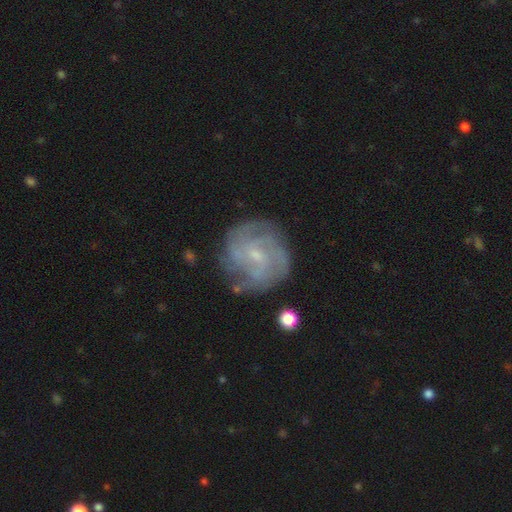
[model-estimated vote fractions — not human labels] Smooth or featured: featured or disk — 76% (smooth — 15%)
Edge-on disk: no — 97% (yes — 3%)
Bar: no — 50% (weak — 43%)
Spiral arms: yes — 90% (no — 10%)
Spiral winding: tight — 56% (medium — 34%)
Spiral arm count: can't tell — 39% (4 — 20%)
Bulge size: small — 70% (moderate — 21%)
Merging: none — 77% (minor disturbance — 15%)